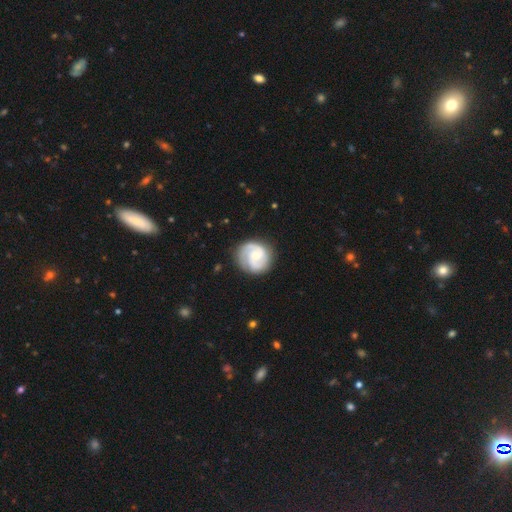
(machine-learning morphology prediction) smooth-or-featured: featured or disk: 81% | smooth: 14% | star or artifact: 5%
  disk-edge-on: no: 98% | yes: 2%
    bar: no: 56% | weak: 37% | strong: 6%
    has-spiral-arms: yes: 96% | no: 4%
      spiral-winding: medium: 45% | tight: 41% | loose: 13%
      spiral-arm-count: 2: 75% | 3: 10% | can't tell: 8% | 1: 4% | 4: 2% | more than 4: 2%
    bulge-size: small: 52% | moderate: 42% | none: 3% | large: 2% | dominant: 1%
  merging: none: 81% | minor disturbance: 13% | major disturbance: 4% | merger: 1%